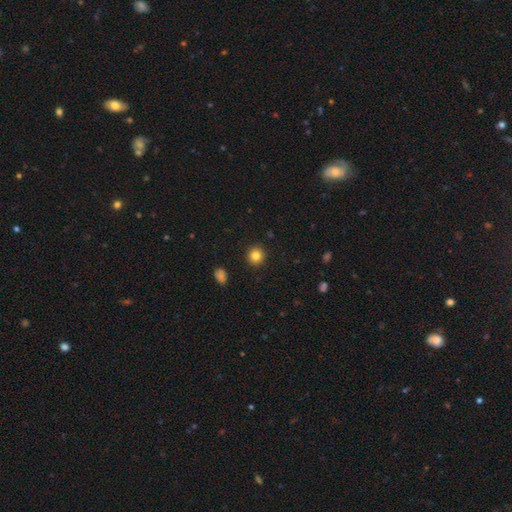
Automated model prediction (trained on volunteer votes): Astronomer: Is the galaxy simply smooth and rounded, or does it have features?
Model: smooth — 83%.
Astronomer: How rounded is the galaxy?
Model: round — 92%.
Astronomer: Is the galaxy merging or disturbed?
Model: none — 92%.